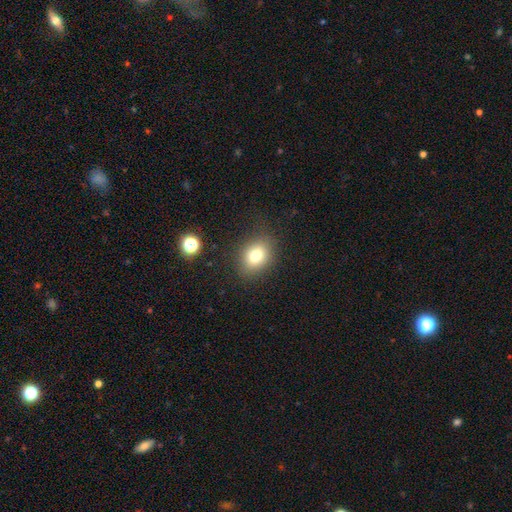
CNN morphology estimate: smooth_or_featured: smooth (p=0.76) [alt: star or artifact p=0.13]
how_rounded: in between (p=0.53) [alt: round p=0.46]
merging: none (p=0.82) [alt: minor disturbance p=0.12]